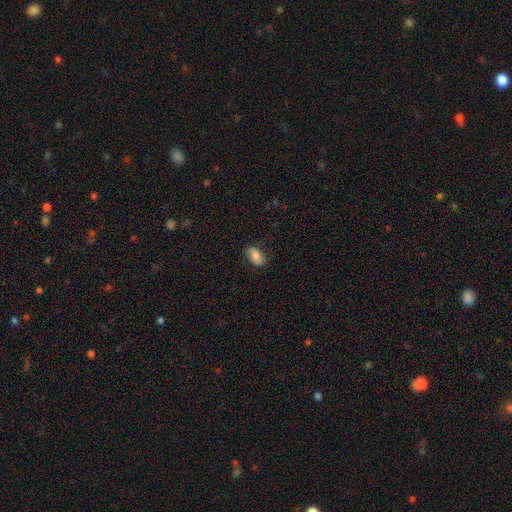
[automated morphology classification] This is likely a smooth galaxy (66%). How rounded: clearly in between (87%). Merging: likely none (73%).